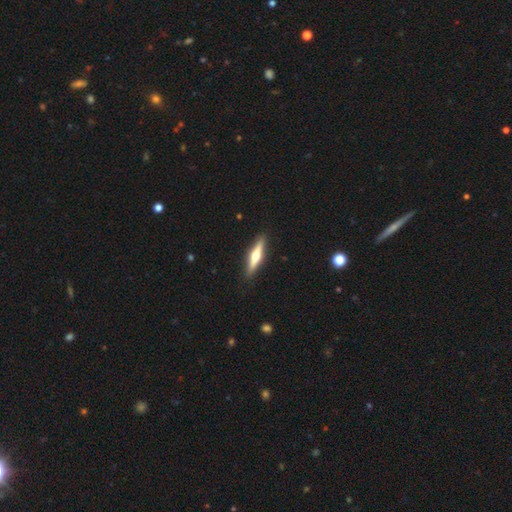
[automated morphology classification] The model was most divided on "smooth or featured": featured or disk: 65%, smooth: 30%, star or artifact: 5%. More confident: edge-on disk — yes (96%); edge-on bulge — rounded (95%); merging — none (91%).